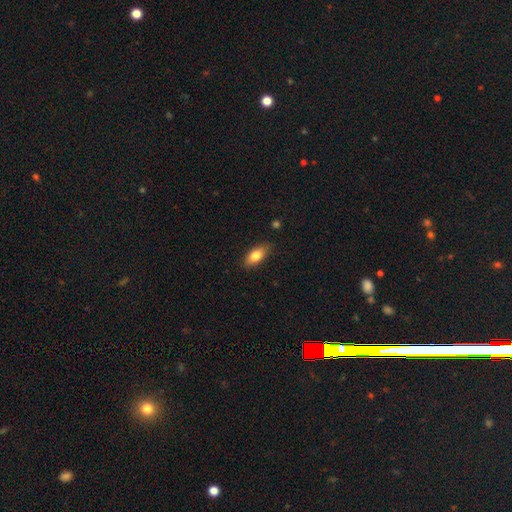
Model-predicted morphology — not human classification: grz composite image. It shows a smooth galaxy with no disk features (77%) that is in between round and cigar-shaped (83%). Merging: none (83%).